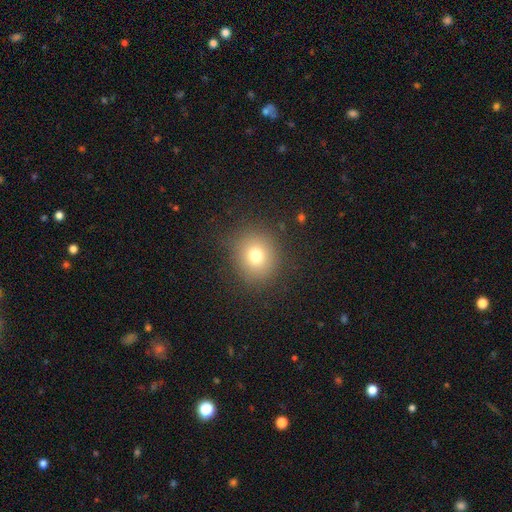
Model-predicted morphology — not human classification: Smooth or featured: smooth — 75% (star or artifact — 14%)
How rounded: round — 83% (in between — 17%)
Merging: none — 87% (minor disturbance — 8%)